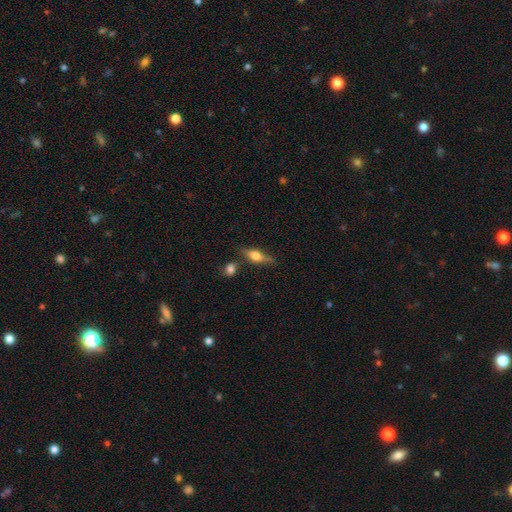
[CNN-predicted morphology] Smooth or featured?
  - smooth: 53% *
  - featured or disk: 39%
  - star or artifact: 8%
How rounded?
  - in between: 58% *
  - cigar-shaped: 36%
  - round: 5%
Merging?
  - none: 64% *
  - minor disturbance: 19%
  - merger: 11%
  - major disturbance: 6%